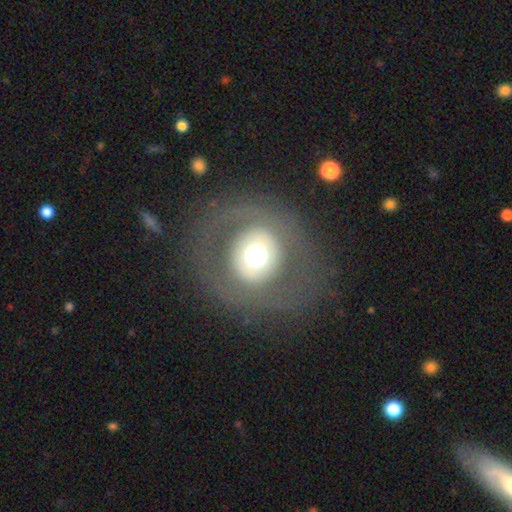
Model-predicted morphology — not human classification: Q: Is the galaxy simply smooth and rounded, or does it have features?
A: smooth — 48%.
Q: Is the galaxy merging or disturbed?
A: none — 79%.